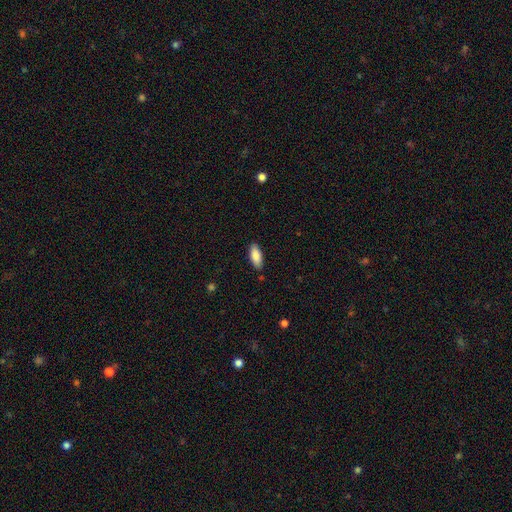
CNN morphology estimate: Smooth or featured? Predicted: smooth (p=0.87). How rounded? Predicted: in between (p=0.81). Merging? Predicted: none (p=0.87).